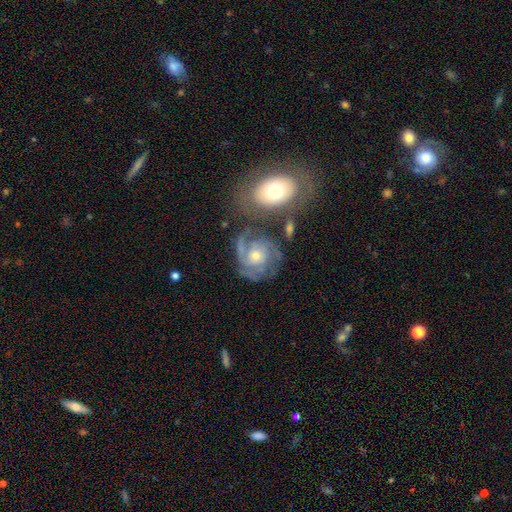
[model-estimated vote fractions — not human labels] Smooth or featured: featured or disk — 85% (smooth — 10%)
Edge-on disk: no — 98% (yes — 2%)
Bar: no — 73% (weak — 22%)
Spiral arms: yes — 95% (no — 5%)
Spiral winding: tight — 57% (medium — 35%)
Spiral arm count: 3 — 39% (2 — 24%)
Bulge size: moderate — 59% (small — 34%)
Merging: none — 56% (minor disturbance — 18%)